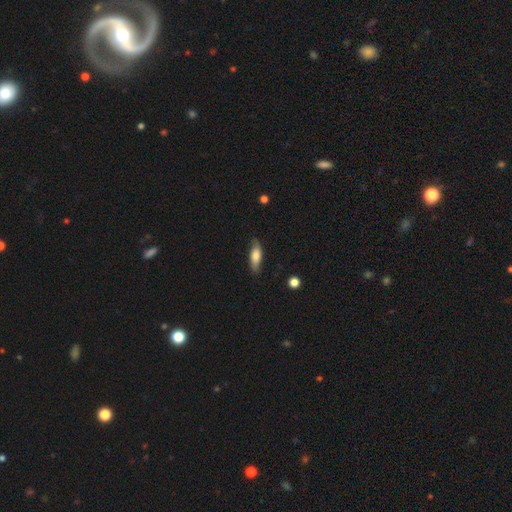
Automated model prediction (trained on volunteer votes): The model was most divided on "how rounded": in between: 60%, cigar-shaped: 37%, round: 3%. More confident: merging — none (77%); smooth or featured — smooth (67%).